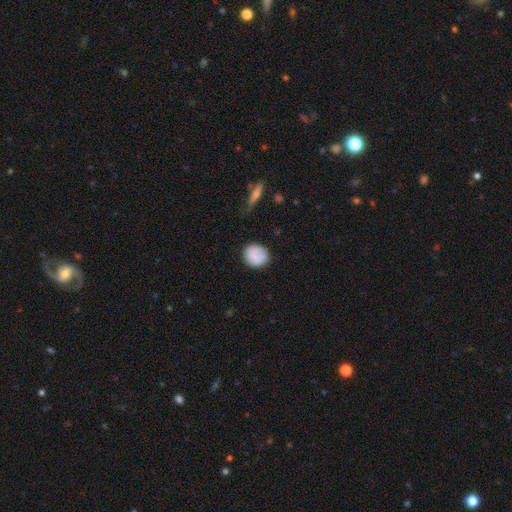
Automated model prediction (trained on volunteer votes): smooth 80%, featured or disk 12%, star or artifact 8%. Down the decision tree: how rounded — round (76%); merging — none (77%).